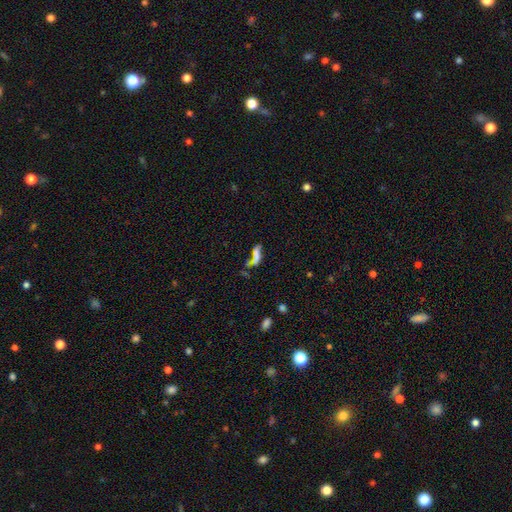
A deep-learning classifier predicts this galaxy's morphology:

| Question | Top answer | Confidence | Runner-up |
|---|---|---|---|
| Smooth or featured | smooth | 61% | featured or disk (22%) |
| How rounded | cigar-shaped | 60% | in between (35%) |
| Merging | none | 41% | merger (32%) |